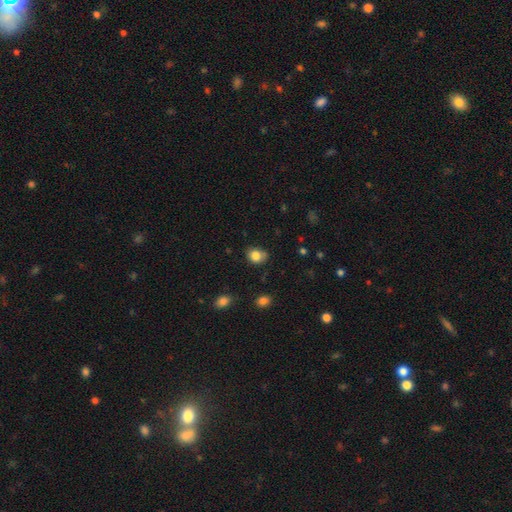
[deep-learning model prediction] Overall: smooth (83%). How rounded: round (51%; in between 48%). Merging: none (66%).